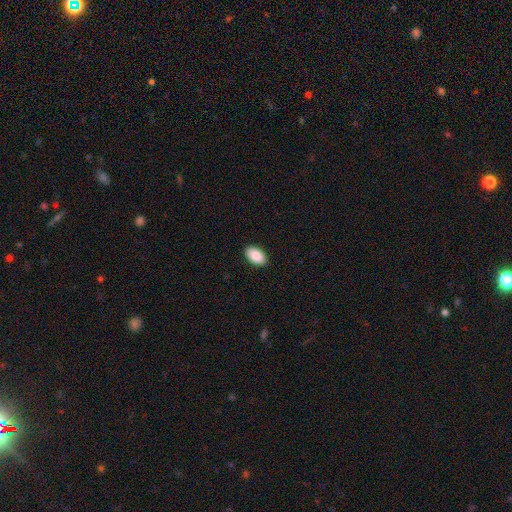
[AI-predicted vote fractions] Morphology: type=smooth (89%); roundness=in between (95%); merging=none (90%).